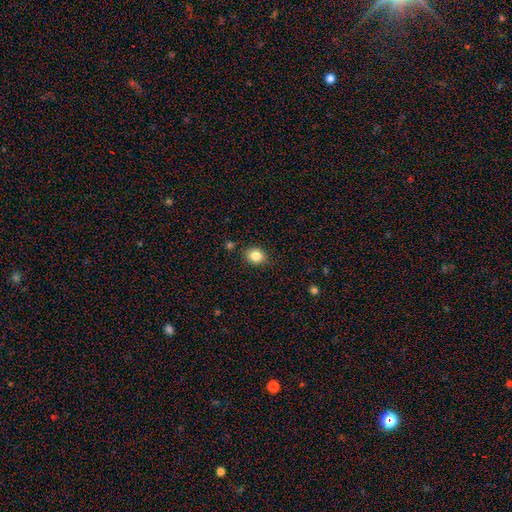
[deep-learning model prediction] smooth 84%, star or artifact 10%, featured or disk 6%. Down the decision tree: how rounded — round (59%); merging — none (87%).